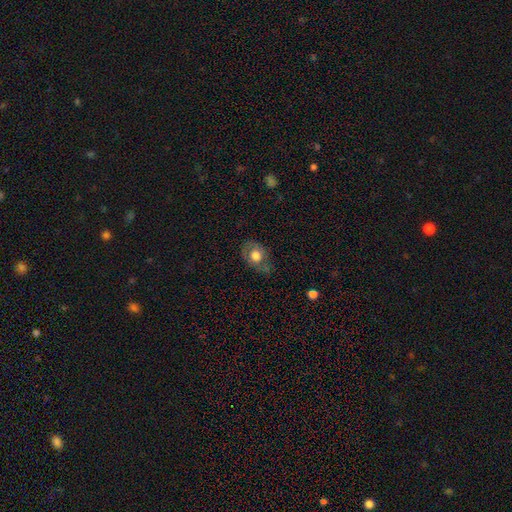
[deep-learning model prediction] Smooth or featured? Predicted: smooth (p=0.60). How rounded? Predicted: in between (p=0.60). Merging? Predicted: none (p=0.57).